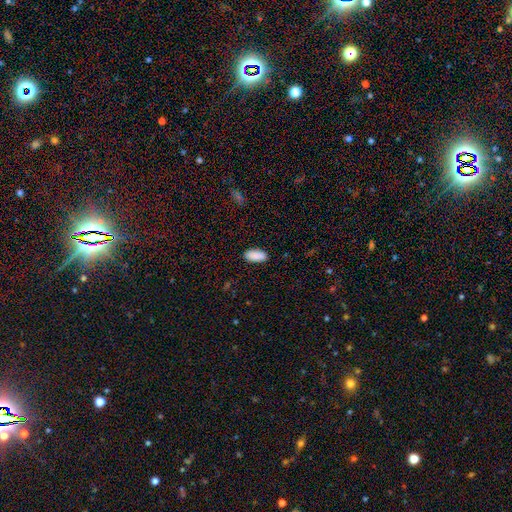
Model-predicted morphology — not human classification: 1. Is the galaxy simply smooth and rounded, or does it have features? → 91% smooth, 7% star or artifact, 3% featured or disk.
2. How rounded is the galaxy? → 91% in between, 7% cigar-shaped, 2% round.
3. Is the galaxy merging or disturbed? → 89% none, 8% minor disturbance, 2% major disturbance, 1% merger.